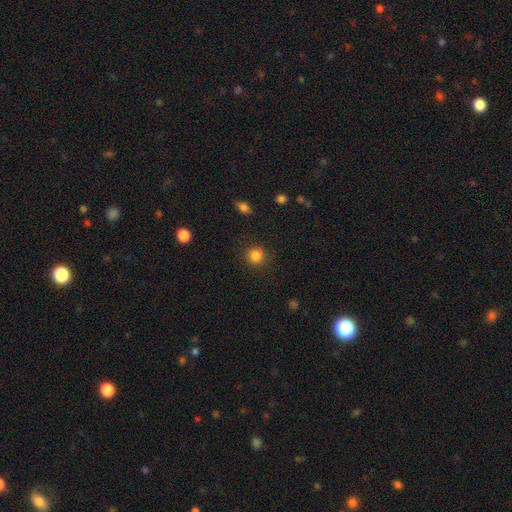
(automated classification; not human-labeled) Smooth or featured?
  - smooth: 84% *
  - star or artifact: 12%
  - featured or disk: 4%
How rounded?
  - round: 89% *
  - in between: 10%
  - cigar-shaped: 1%
Merging?
  - none: 86% *
  - minor disturbance: 8%
  - major disturbance: 3%
  - merger: 2%